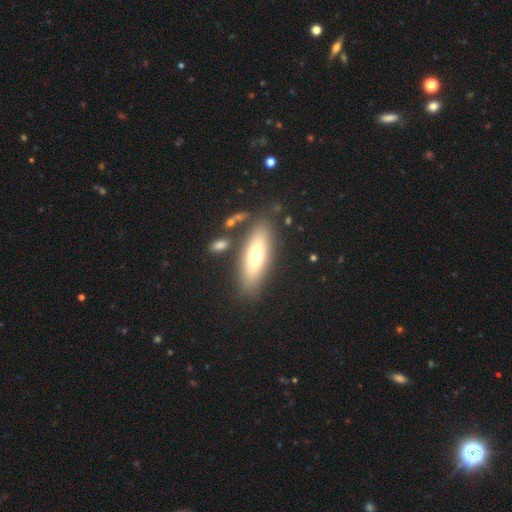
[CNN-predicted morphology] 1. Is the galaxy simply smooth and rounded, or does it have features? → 60% smooth, 33% featured or disk, 7% star or artifact.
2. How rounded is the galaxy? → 54% in between, 44% cigar-shaped, 3% round.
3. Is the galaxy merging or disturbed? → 80% none, 11% minor disturbance, 6% merger, 4% major disturbance.